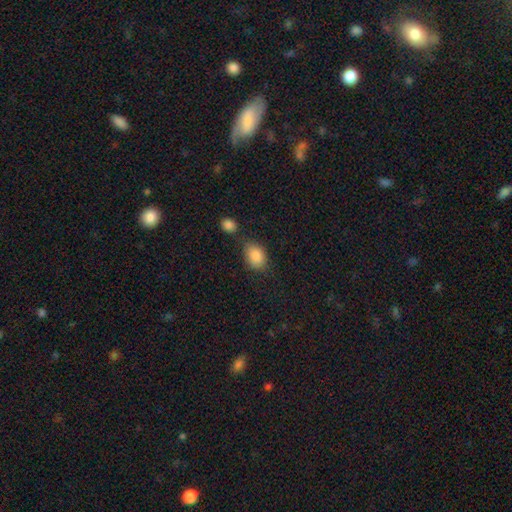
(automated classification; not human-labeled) This appears to be a smooth galaxy with no disk features (86%) that is in between round and cigar-shaped (81%). Merging: none (65%).